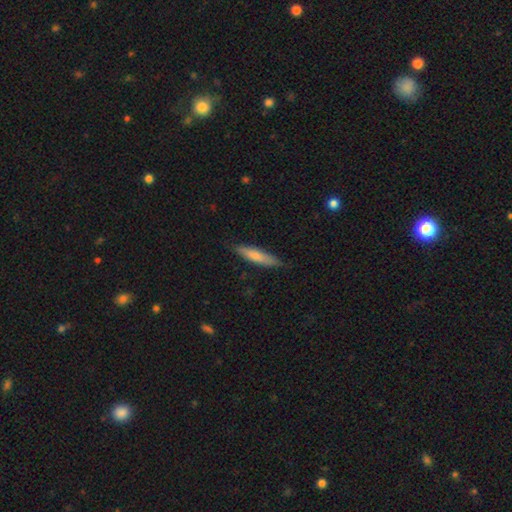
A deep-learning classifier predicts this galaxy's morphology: smooth 72%, featured or disk 22%, star or artifact 5%. Down the decision tree: how rounded — cigar-shaped (78%); merging — none (81%).